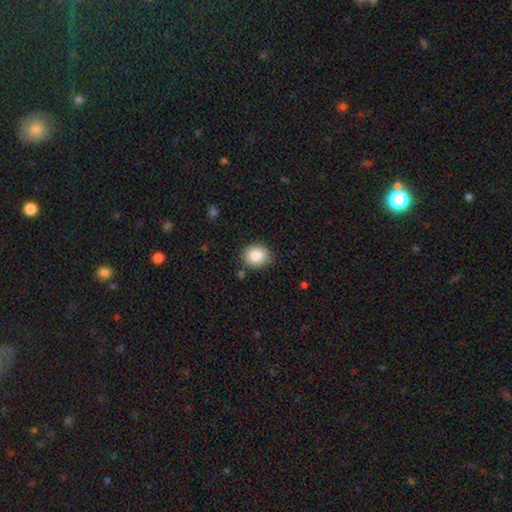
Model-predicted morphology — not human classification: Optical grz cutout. It shows a smooth galaxy with no disk features (87%) that is round (72%). Merging: none (81%).